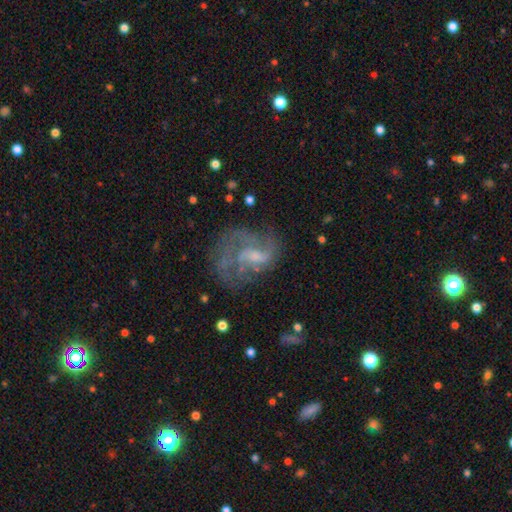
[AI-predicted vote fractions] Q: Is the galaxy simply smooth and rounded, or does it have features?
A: featured or disk — 71%.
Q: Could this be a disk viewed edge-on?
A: no — 98%.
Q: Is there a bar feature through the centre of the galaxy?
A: no — 53%.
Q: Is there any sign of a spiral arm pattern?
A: yes — 70%.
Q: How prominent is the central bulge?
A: small — 41%.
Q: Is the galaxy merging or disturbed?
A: none — 41%.